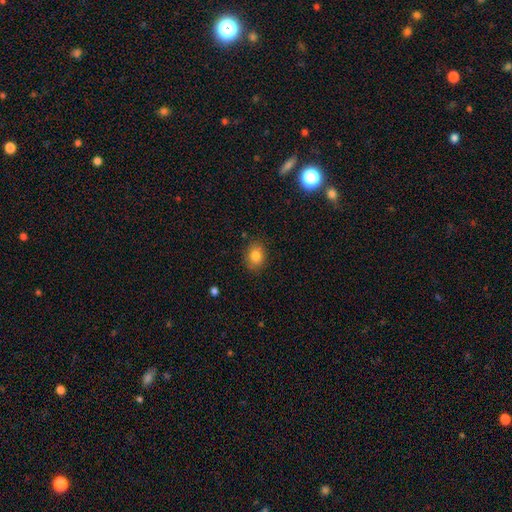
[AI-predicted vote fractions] A smooth galaxy with no disk features (83%) that is in between round and cigar-shaped (57%). Merging: none (85%).